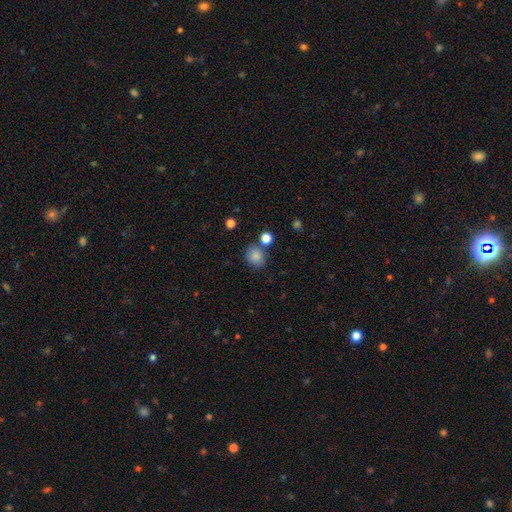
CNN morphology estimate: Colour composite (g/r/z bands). It shows a smooth galaxy with no disk features (85%) that is round (73%). Merging: none (72%).